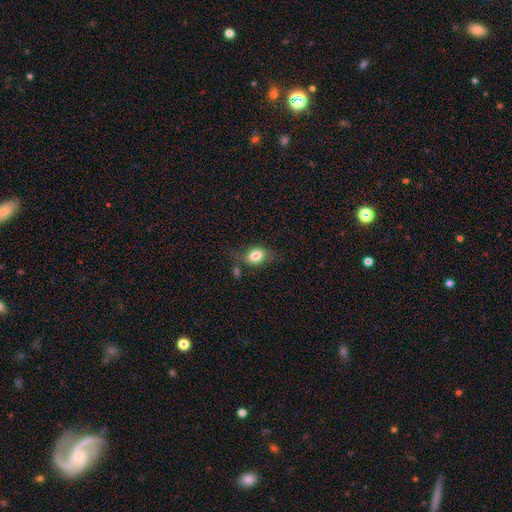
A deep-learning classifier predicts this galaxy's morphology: smooth_or_featured: smooth (p=0.78) [alt: featured or disk p=0.13]
how_rounded: in between (p=0.69) [alt: round p=0.29]
merging: none (p=0.62) [alt: minor disturbance p=0.21]